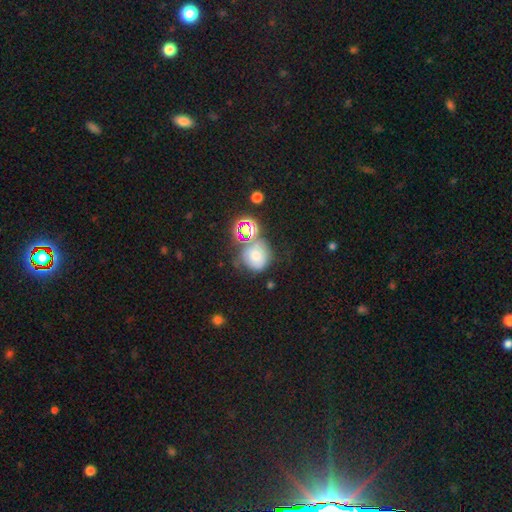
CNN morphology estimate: smooth-or-featured: smooth: 63% | star or artifact: 22% | featured or disk: 15%
  how-rounded: round: 81% | in between: 18% | cigar-shaped: 1%
  merging: none: 49% | merger: 22% | minor disturbance: 20% | major disturbance: 9%